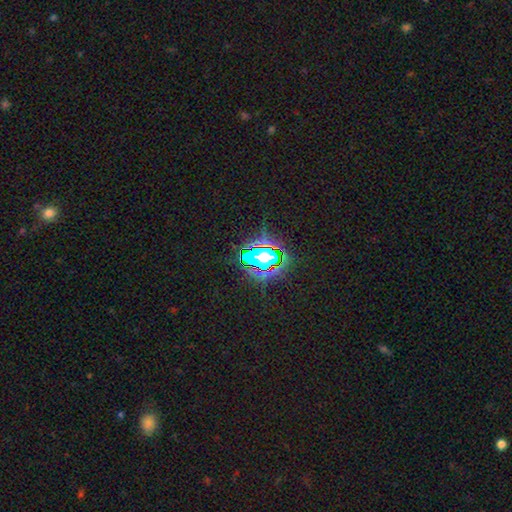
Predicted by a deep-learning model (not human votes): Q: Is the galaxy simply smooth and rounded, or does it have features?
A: star or artifact — 78%.